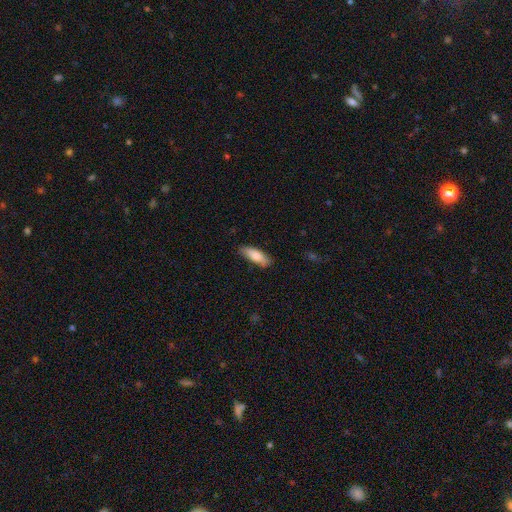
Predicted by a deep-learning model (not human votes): Smooth or featured? Predicted: smooth (p=0.81). How rounded? Predicted: in between (p=0.61). Merging? Predicted: none (p=0.77).